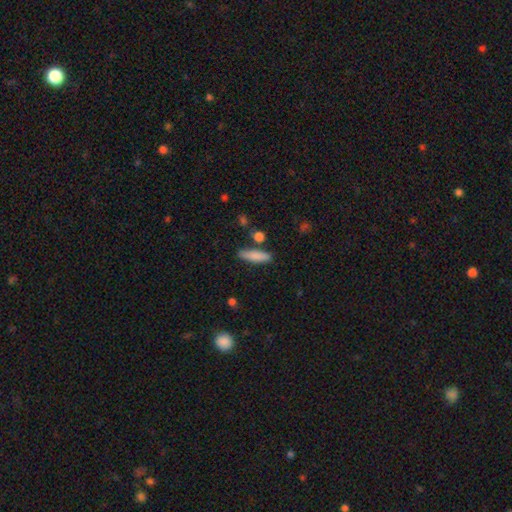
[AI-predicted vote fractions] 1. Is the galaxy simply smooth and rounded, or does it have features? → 83% smooth, 11% featured or disk, 6% star or artifact.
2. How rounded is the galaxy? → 68% cigar-shaped, 30% in between, 2% round.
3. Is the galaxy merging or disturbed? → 81% none, 11% minor disturbance, 5% merger, 3% major disturbance.